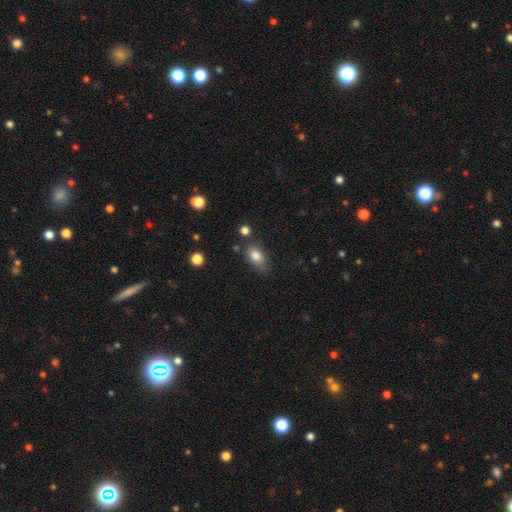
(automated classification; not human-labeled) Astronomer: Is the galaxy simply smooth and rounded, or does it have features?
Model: smooth — 83%.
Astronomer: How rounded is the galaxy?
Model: in between — 83%.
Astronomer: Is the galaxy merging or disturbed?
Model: none — 65%.